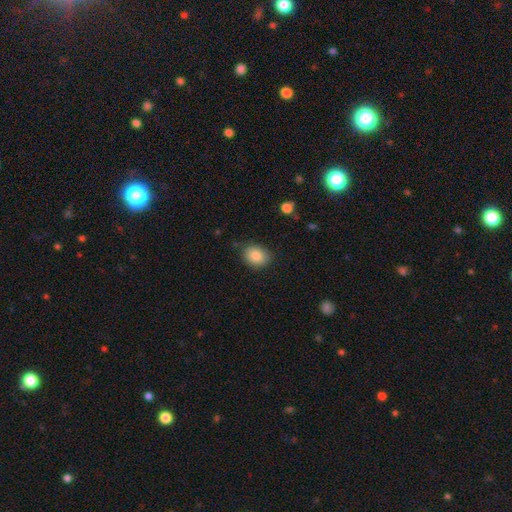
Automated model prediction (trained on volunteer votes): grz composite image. It shows a smooth galaxy with no disk features (86%) that is in between round and cigar-shaped (57%). Merging: none (81%).